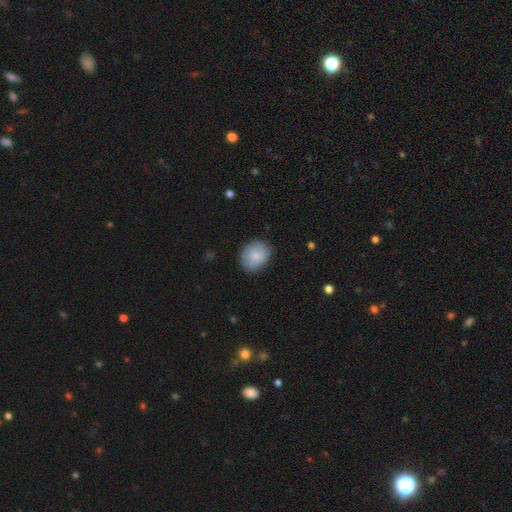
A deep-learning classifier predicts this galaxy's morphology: Smooth or featured? Predicted: smooth (p=0.86). How rounded? Predicted: round (p=0.57). Merging? Predicted: none (p=0.81).